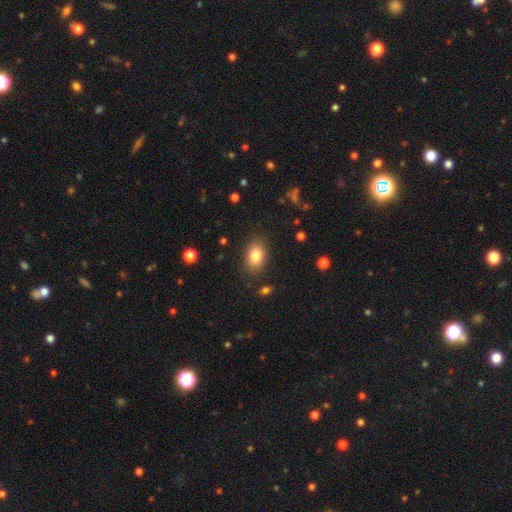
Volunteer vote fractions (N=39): This is likely a smooth galaxy (79%). How rounded: likely in between (74%). Merging: clearly none (86%).